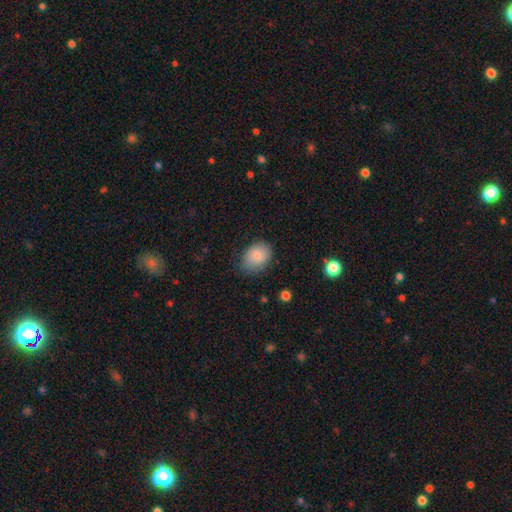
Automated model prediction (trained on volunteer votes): Q: Smooth or featured?
A: smooth (84%); runner-up: star or artifact (8%)
Q: How rounded?
A: in between (72%); runner-up: round (27%)
Q: Merging?
A: none (73%); runner-up: minor disturbance (22%)